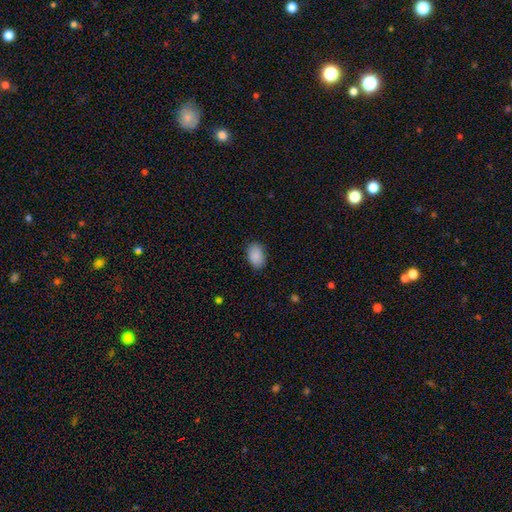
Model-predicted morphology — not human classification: This appears to be a smooth galaxy with no disk features (89%) that is in between round and cigar-shaped (85%). Merging: none (86%).